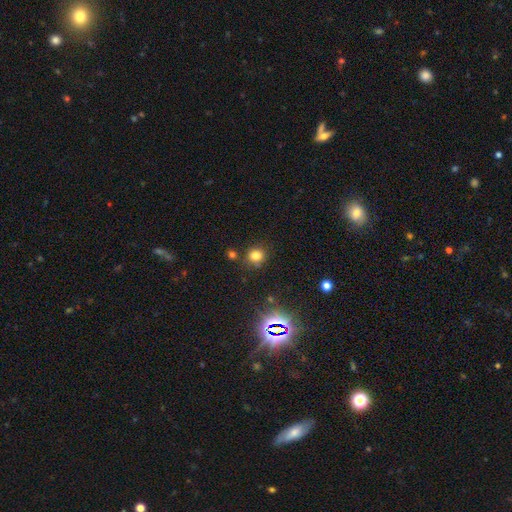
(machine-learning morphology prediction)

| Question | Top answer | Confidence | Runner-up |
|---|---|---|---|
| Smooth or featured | smooth | 75% | star or artifact (19%) |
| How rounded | round | 77% | in between (22%) |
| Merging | none | 78% | minor disturbance (12%) |